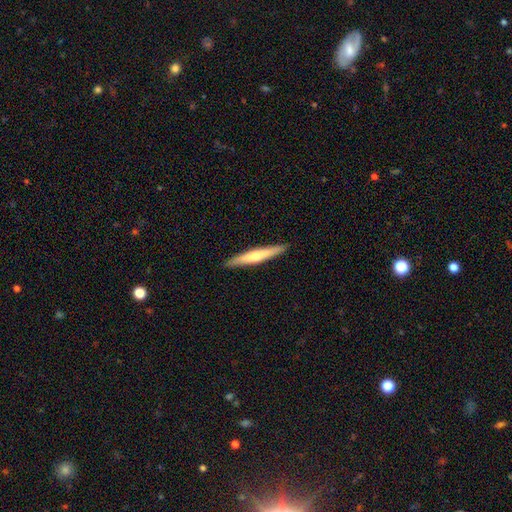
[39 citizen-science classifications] This is possibly a smooth galaxy (51%). How rounded: clearly cigar-shaped (100%). Merging: clearly none (92%).